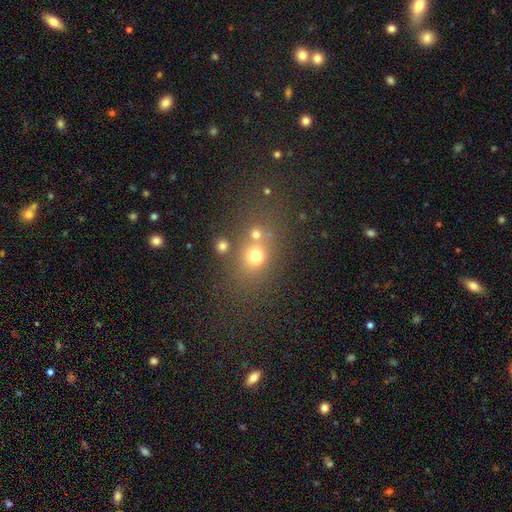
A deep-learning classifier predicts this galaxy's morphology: The model was most divided on "how rounded": round: 65%, in between: 33%, cigar-shaped: 2%. More confident: smooth or featured — smooth (68%); merging — none (57%).